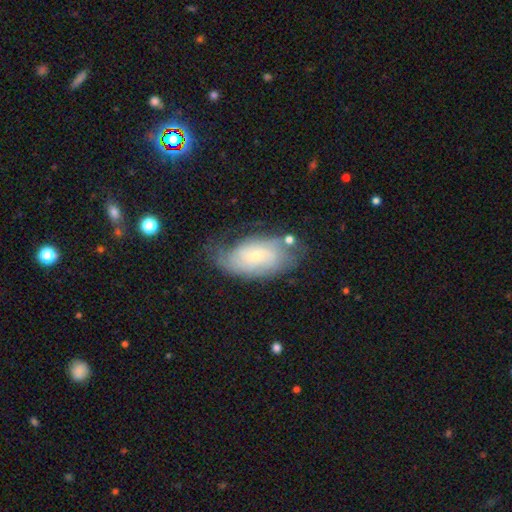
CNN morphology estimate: smooth-or-featured: featured or disk: 62% | smooth: 30% | star or artifact: 8%
  disk-edge-on: no: 94% | yes: 6%
    bar: no: 68% | weak: 27% | strong: 5%
    has-spiral-arms: yes: 83% | no: 17%
    bulge-size: small: 74% | moderate: 21% | none: 2% | large: 2% | dominant: 1%
  merging: none: 55% | minor disturbance: 28% | major disturbance: 13% | merger: 4%